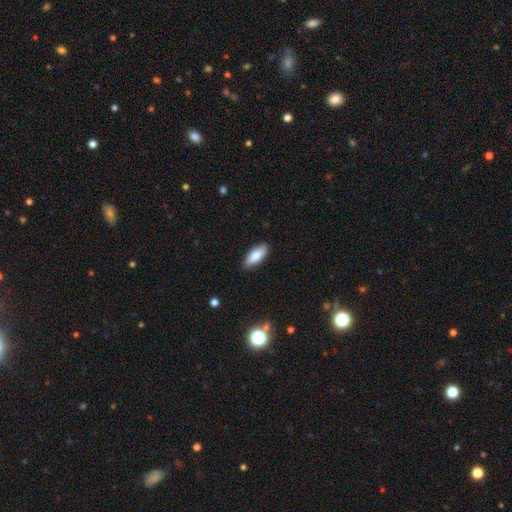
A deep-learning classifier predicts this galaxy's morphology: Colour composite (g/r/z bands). It shows a smooth galaxy with no disk features (83%) that is in between round and cigar-shaped (76%). Merging: none (87%).